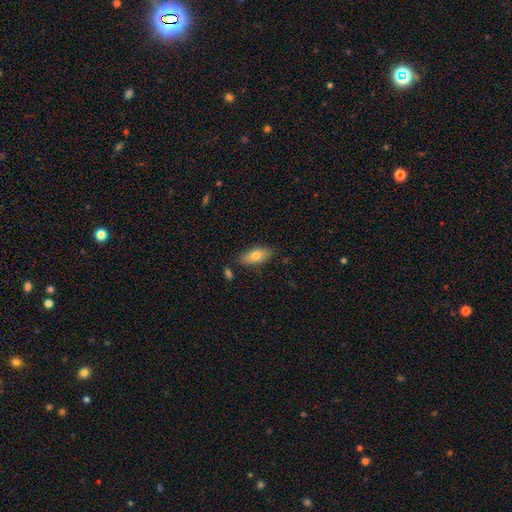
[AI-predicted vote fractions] smooth_or_featured: smooth (p=0.76) [alt: featured or disk p=0.18]
how_rounded: in between (p=0.85) [alt: cigar-shaped p=0.12]
merging: none (p=0.81) [alt: minor disturbance p=0.13]